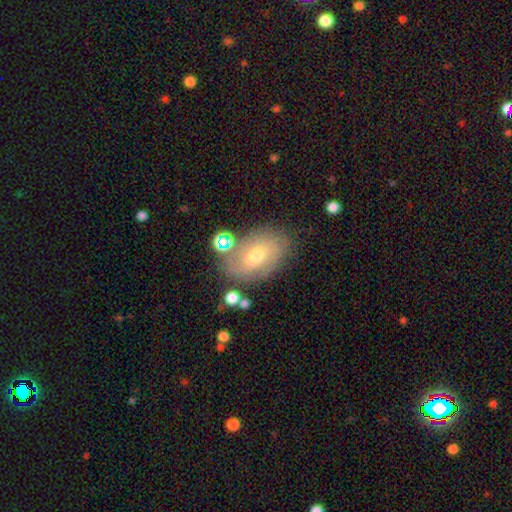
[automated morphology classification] smooth-or-featured: featured or disk: 52% | smooth: 37% | star or artifact: 11%
  disk-edge-on: no: 94% | yes: 6%
  merging: none: 66% | minor disturbance: 20% | major disturbance: 8% | merger: 7%